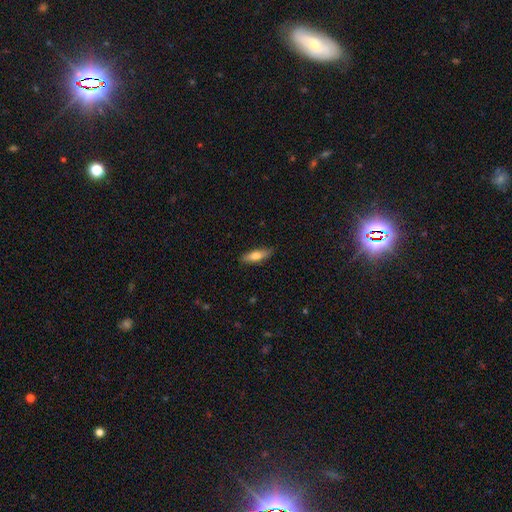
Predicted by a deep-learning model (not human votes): smooth-or-featured: smooth: 70% | featured or disk: 24% | star or artifact: 6%
  how-rounded: cigar-shaped: 49% (tied) | in between: 49% (tied) | round: 2%
  merging: none: 86% | minor disturbance: 11% | major disturbance: 2% | merger: 1%